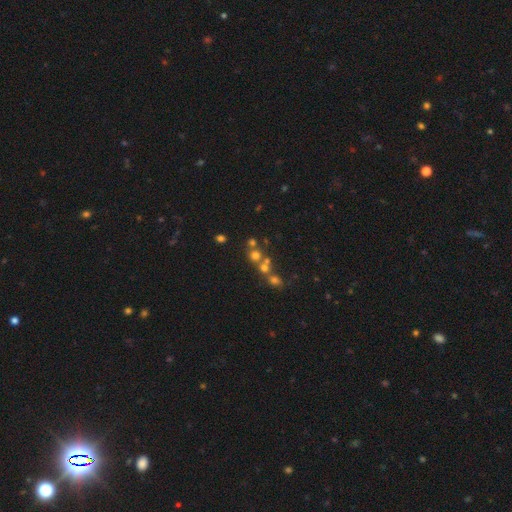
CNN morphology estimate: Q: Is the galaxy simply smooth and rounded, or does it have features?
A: smooth — 54%.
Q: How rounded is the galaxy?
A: round — 85%.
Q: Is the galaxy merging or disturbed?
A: none — 47%.